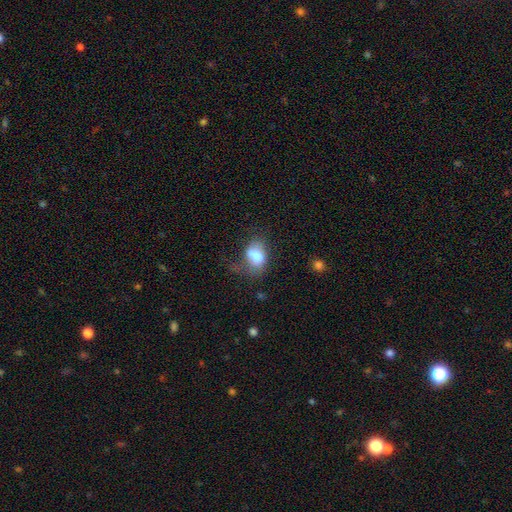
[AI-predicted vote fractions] A smooth galaxy with no disk features (70%) that is in between round and cigar-shaped (83%).

Vote fractions:
- Smooth or featured? smooth: 70% / featured or disk: 21% / star or artifact: 9%
- How rounded? in between: 83% / round: 14% / cigar-shaped: 3%
- Merging? major disturbance: 33% / none: 30% / minor disturbance: 27% / merger: 10%